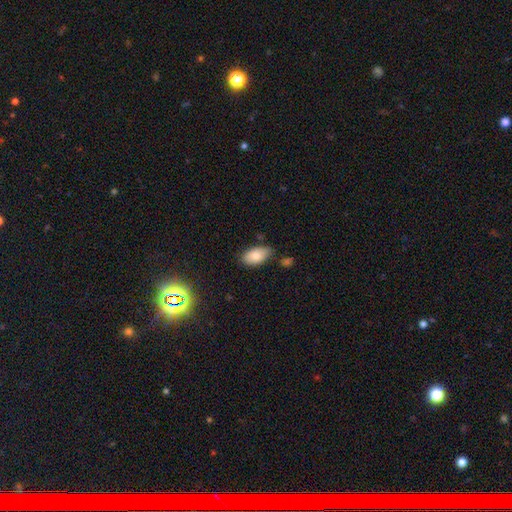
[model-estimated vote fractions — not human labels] A smooth galaxy with no disk features (80%) that is in between round and cigar-shaped (94%).

Vote fractions:
- Smooth or featured? smooth: 80% / featured or disk: 13% / star or artifact: 8%
- How rounded? in between: 94% / round: 4% / cigar-shaped: 2%
- Merging? none: 67% / minor disturbance: 24% / merger: 5% / major disturbance: 4%